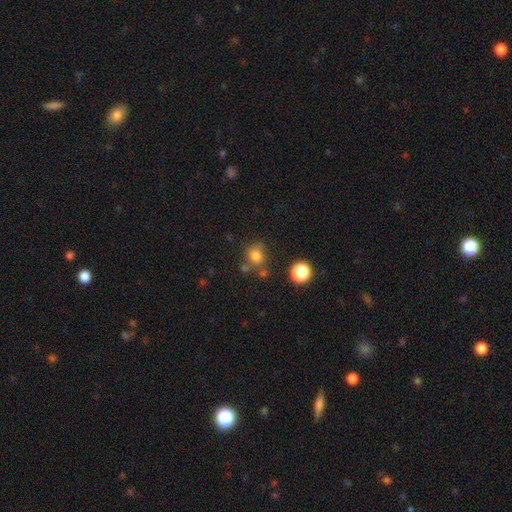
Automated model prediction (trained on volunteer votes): This is likely a smooth galaxy (78%). How rounded: likely round (79%). Merging: likely none (67%).